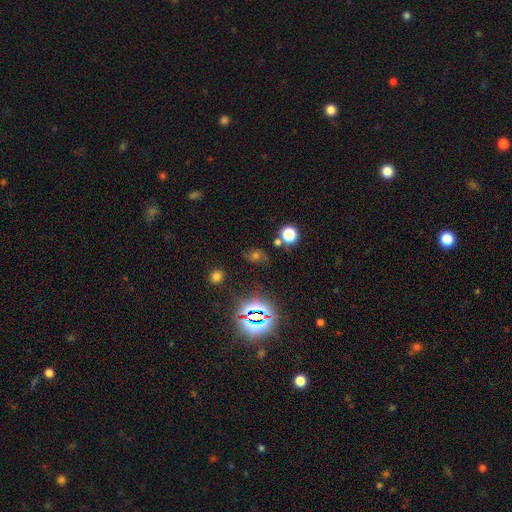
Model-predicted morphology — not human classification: Overall: star or artifact (49%; smooth 31%).